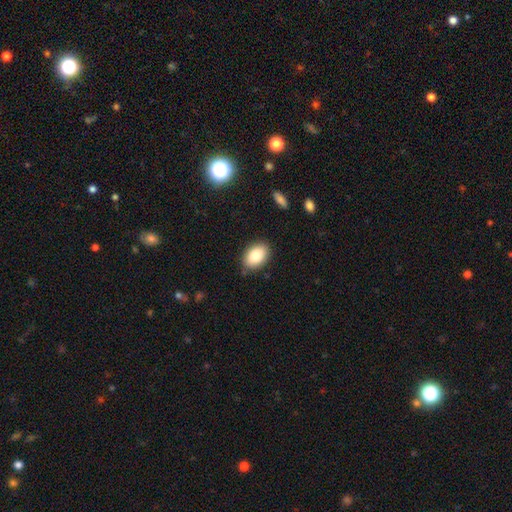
smooth_or_featured: smooth (p=0.85) [alt: star or artifact p=0.12]
how_rounded: in between (p=0.82) [alt: round p=0.15]
merging: none (p=0.74) [alt: minor disturbance p=0.23]